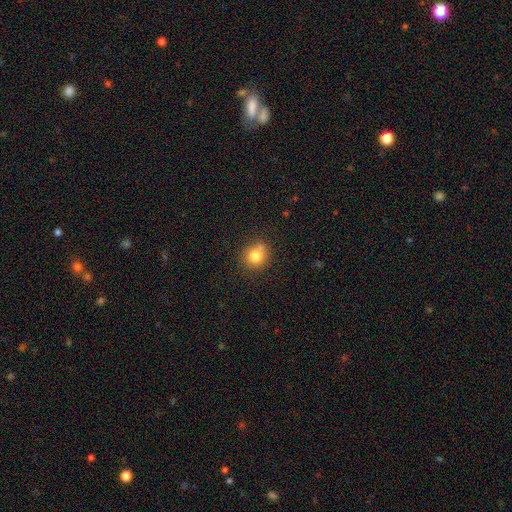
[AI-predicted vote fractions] This is likely a smooth galaxy (79%). How rounded: clearly round (84%). Merging: likely none (72%).